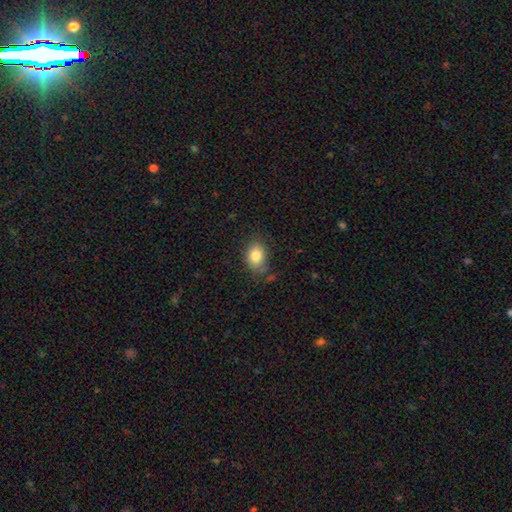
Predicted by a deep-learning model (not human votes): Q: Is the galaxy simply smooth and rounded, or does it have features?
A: smooth — 82%.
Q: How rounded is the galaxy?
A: in between — 71%.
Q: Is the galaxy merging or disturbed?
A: none — 72%.